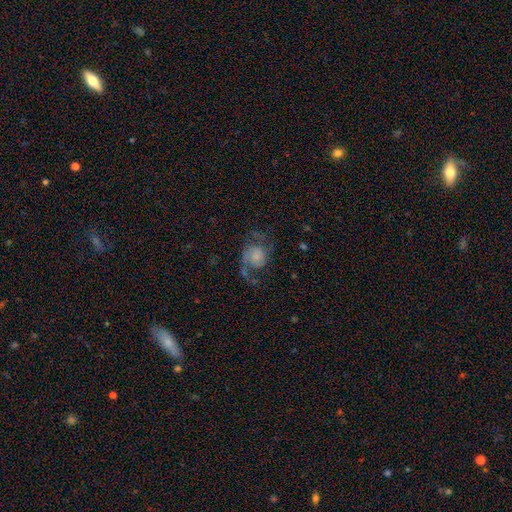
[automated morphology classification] type=featured or disk (74%); edge-on=no (98%); bar=no (72%); spiral arms=yes (94%); winding=loose (46%); arm count=2 (83%); bulge=none (29%); merging=none (57%).